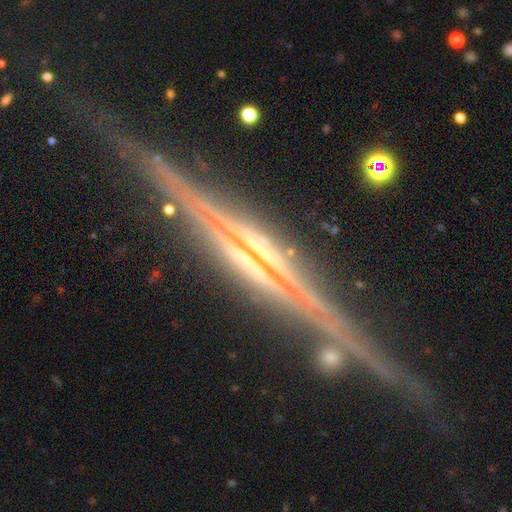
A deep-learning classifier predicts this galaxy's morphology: Smooth or featured? Predicted: featured or disk (p=0.87). Edge-on disk? Predicted: yes (p=0.97). Edge-on bulge? Predicted: rounded (p=0.49). Merging? Predicted: none (p=0.83).